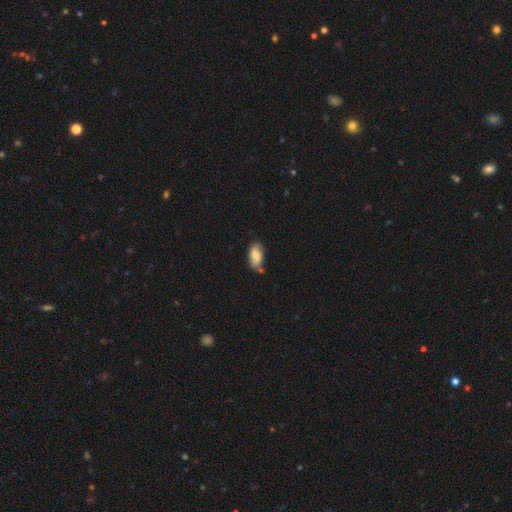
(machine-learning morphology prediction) A smooth galaxy with no disk features (66%) that is in between round and cigar-shaped (92%). Merging: none (65%).